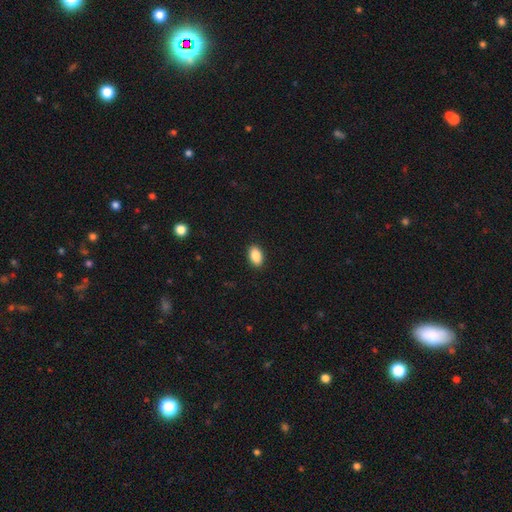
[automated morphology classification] Smooth or featured?
  - smooth: 88% *
  - star or artifact: 7%
  - featured or disk: 5%
How rounded?
  - in between: 91% *
  - round: 7%
  - cigar-shaped: 2%
Merging?
  - none: 91% *
  - minor disturbance: 7%
  - major disturbance: 2%
  - merger: 1%